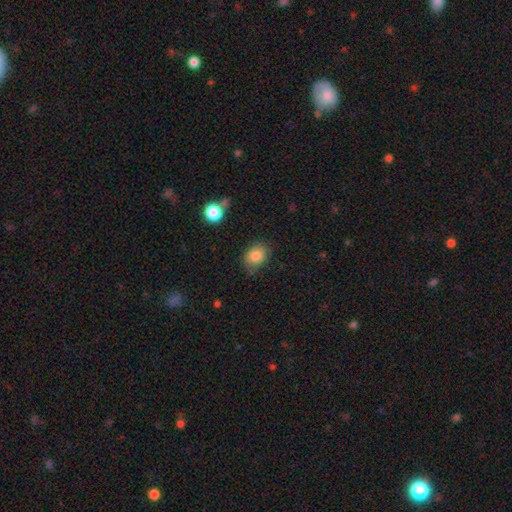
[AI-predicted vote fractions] A smooth galaxy with no disk features (82%) that is in between round and cigar-shaped (55%). Merging: none (75%).